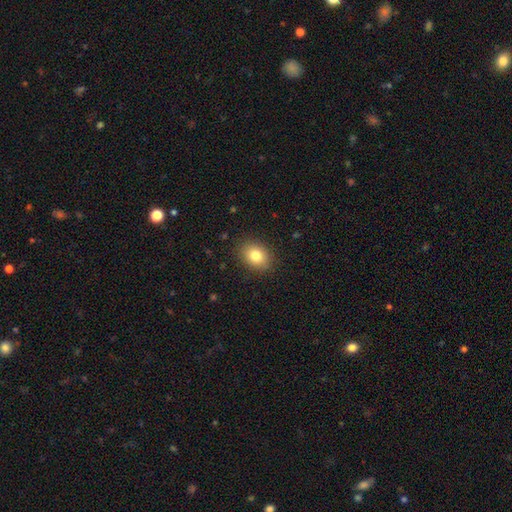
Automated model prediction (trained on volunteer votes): Smooth or featured? Predicted: smooth (p=0.81). How rounded? Predicted: in between (p=0.60). Merging? Predicted: none (p=0.87).